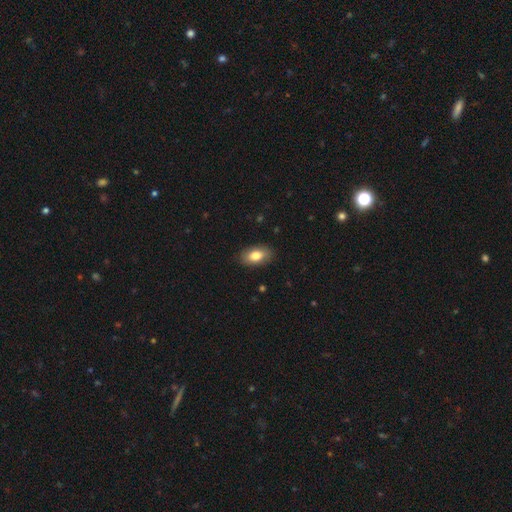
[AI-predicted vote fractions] The model was most divided on "smooth or featured": smooth: 80%, featured or disk: 13%, star or artifact: 7%. More confident: how rounded — in between (92%); merging — none (86%).